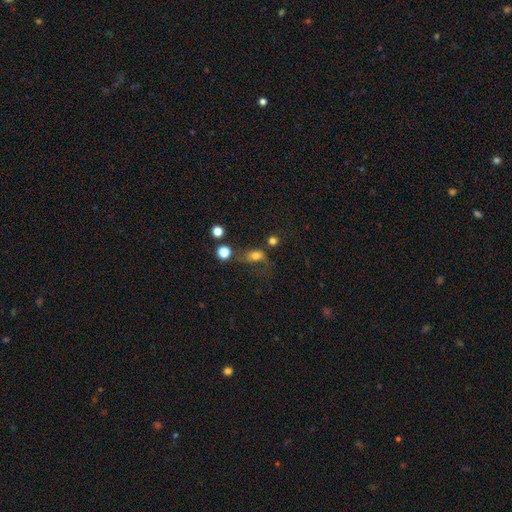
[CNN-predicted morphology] Overall: smooth (66%). How rounded: in between (65%; round 32%). Merging: none (35%; major disturbance 33%).